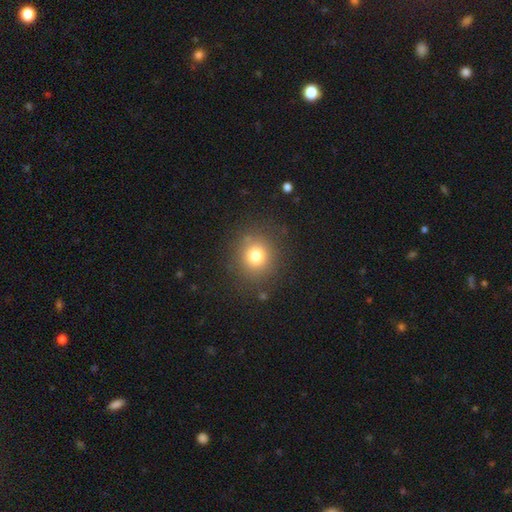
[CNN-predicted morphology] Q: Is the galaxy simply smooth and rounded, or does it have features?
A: smooth — 76%.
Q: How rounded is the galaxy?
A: round — 89%.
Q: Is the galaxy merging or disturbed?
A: none — 85%.